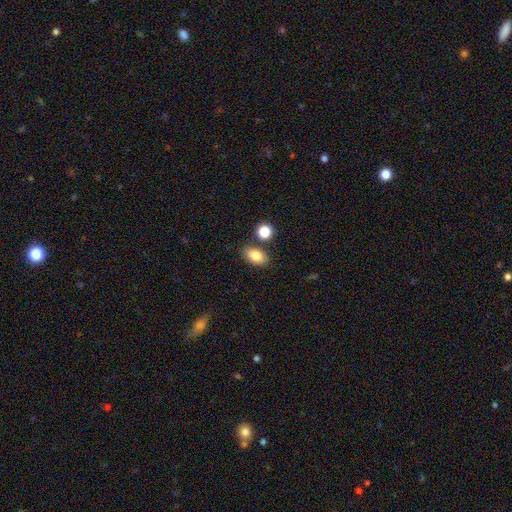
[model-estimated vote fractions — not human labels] Smooth or featured? smooth (82%)
How rounded? in between (85%)
Merging? none (78%)